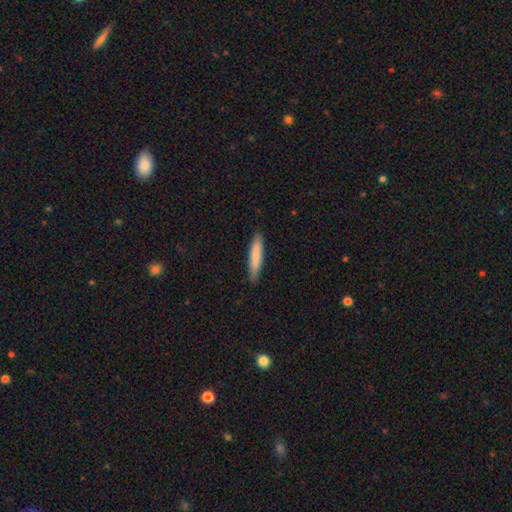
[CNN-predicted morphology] smooth 79%, featured or disk 15%, star or artifact 5%. Down the decision tree: how rounded — cigar-shaped (90%); merging — none (88%).